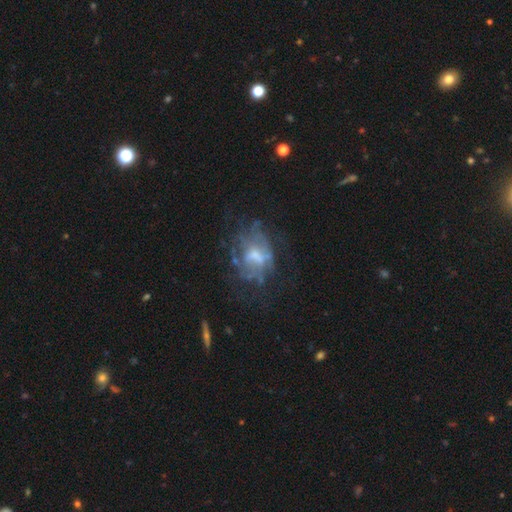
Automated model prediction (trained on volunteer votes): smooth_or_featured: featured or disk (p=0.65) [alt: smooth p=0.22]
disk_edge_on: no (p=0.97) [alt: yes p=0.03]
bar: no (p=0.57) [alt: weak p=0.35]
has_spiral_arms: no (p=0.65) [alt: yes p=0.35]
bulge_size: moderate (p=0.43) [alt: small p=0.31]
merging: none (p=0.48) [alt: major disturbance p=0.27]